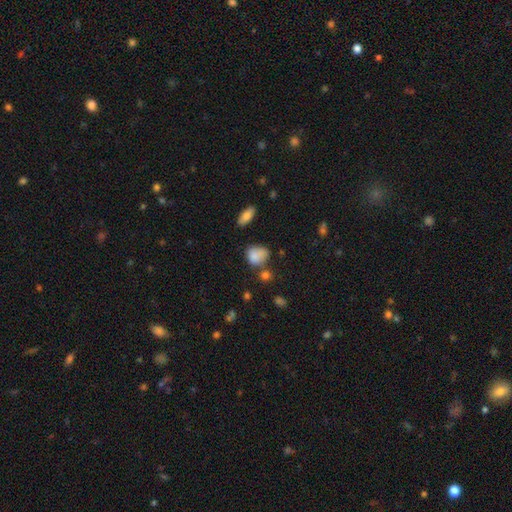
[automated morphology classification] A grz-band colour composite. It shows a smooth galaxy with no disk features (82%) that is in between round and cigar-shaped (49%, tied with round). Merging: none (44%).